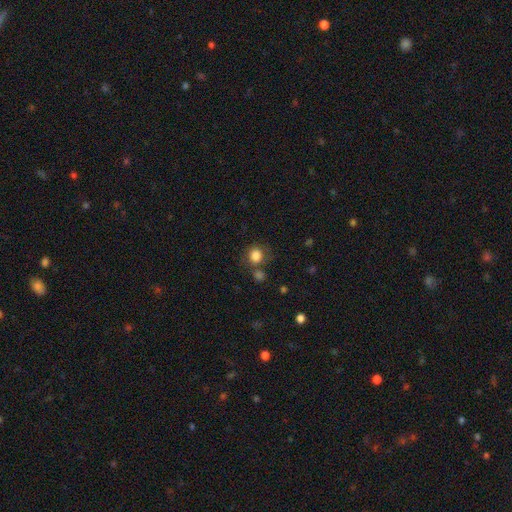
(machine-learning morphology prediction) Smooth or featured? Predicted: smooth (p=0.84). How rounded? Predicted: round (p=0.78). Merging? Predicted: none (p=0.65).